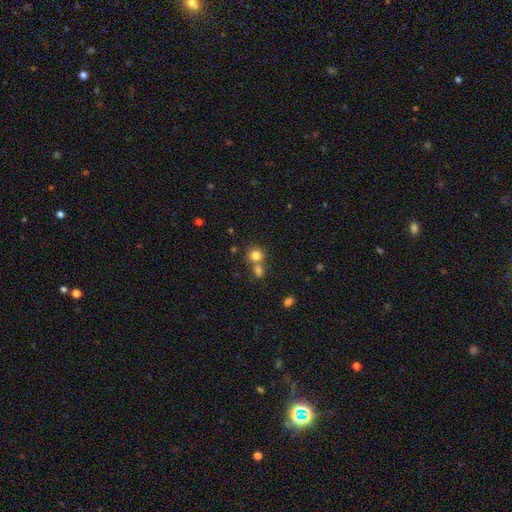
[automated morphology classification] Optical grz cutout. It shows a smooth galaxy with no disk features (80%) that is round (87%). Merging: none (50%).